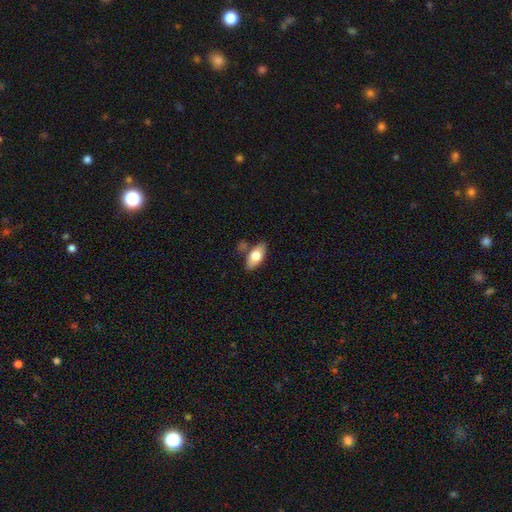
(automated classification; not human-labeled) Smooth or featured: smooth — 71% (featured or disk — 23%)
How rounded: in between — 87% (cigar-shaped — 9%)
Merging: none — 72% (minor disturbance — 14%)